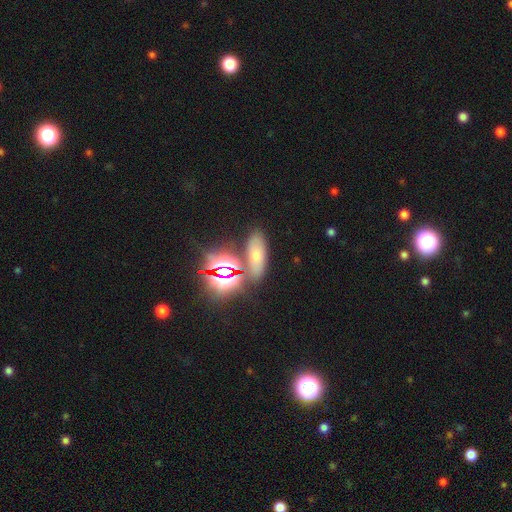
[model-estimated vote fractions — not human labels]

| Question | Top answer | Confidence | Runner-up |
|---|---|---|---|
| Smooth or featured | star or artifact | 47% | smooth (37%) |